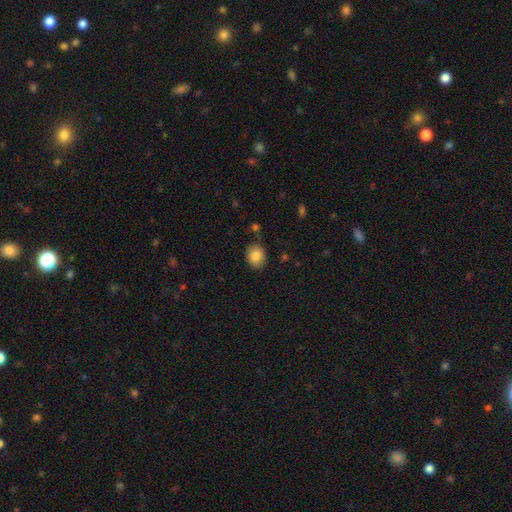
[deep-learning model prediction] The model was most divided on "how rounded": round: 55%, in between: 44%, cigar-shaped: 1%. More confident: smooth or featured — smooth (85%); merging — none (81%).